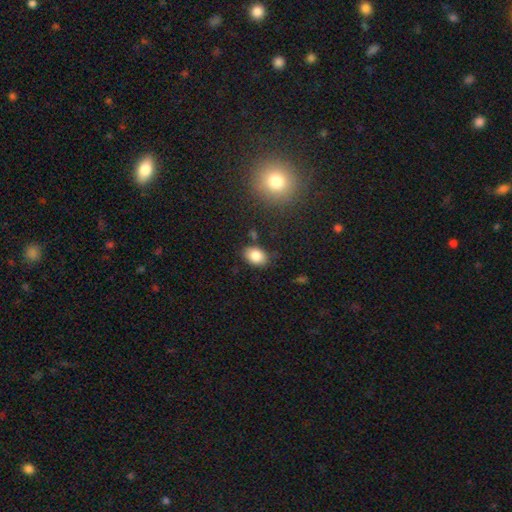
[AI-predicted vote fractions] Q: Smooth or featured?
A: smooth (84%); runner-up: star or artifact (9%)
Q: How rounded?
A: in between (82%); runner-up: round (17%)
Q: Merging?
A: none (82%); runner-up: minor disturbance (12%)